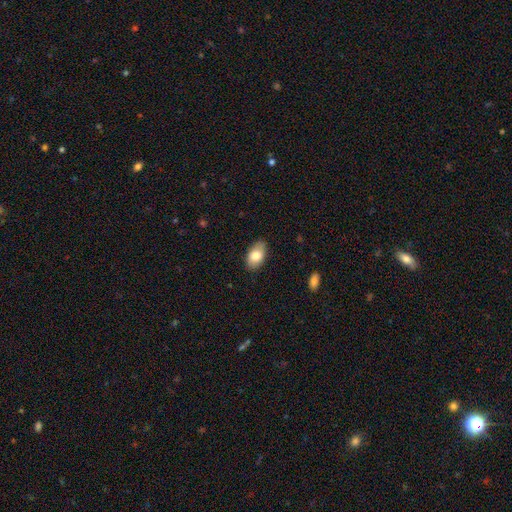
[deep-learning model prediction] Smooth or featured?
  - smooth: 81% *
  - featured or disk: 12%
  - star or artifact: 7%
How rounded?
  - in between: 93% *
  - round: 5%
  - cigar-shaped: 2%
Merging?
  - none: 84% *
  - minor disturbance: 12%
  - major disturbance: 2%
  - merger: 1%